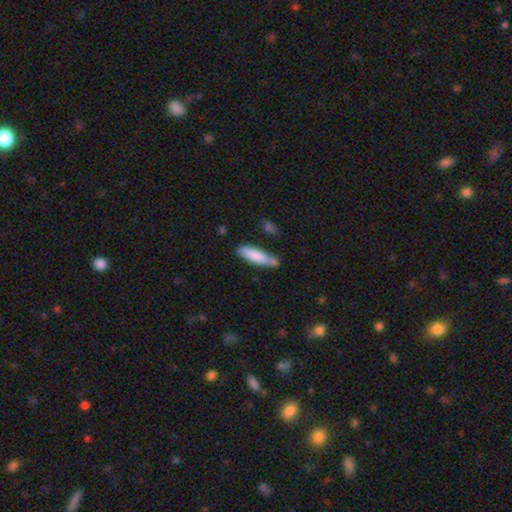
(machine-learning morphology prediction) Q: Smooth or featured?
A: smooth (81%); runner-up: featured or disk (13%)
Q: How rounded?
A: cigar-shaped (74%); runner-up: in between (25%)
Q: Merging?
A: none (64%); runner-up: minor disturbance (22%)